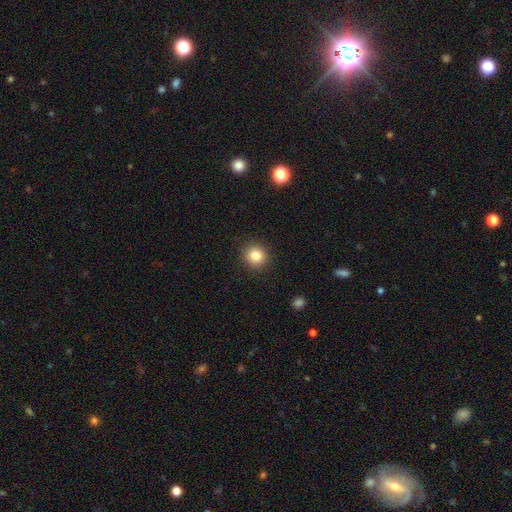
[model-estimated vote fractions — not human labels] This is clearly a smooth galaxy (83%). How rounded: clearly round (89%). Merging: clearly none (91%).